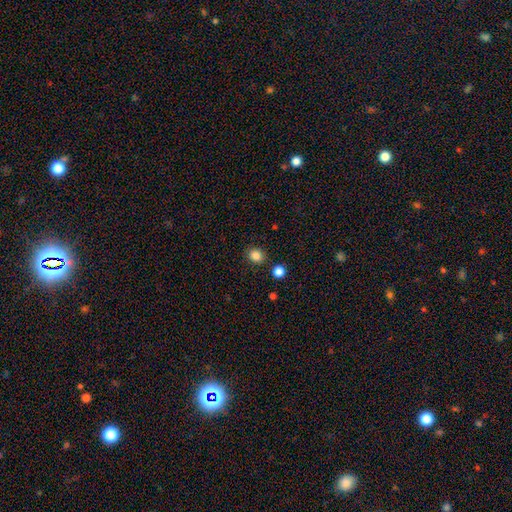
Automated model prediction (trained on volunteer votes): A smooth galaxy with no disk features (85%) that is round (73%).

Vote fractions:
- Smooth or featured? smooth: 85% / star or artifact: 11% / featured or disk: 4%
- How rounded? round: 73% / in between: 26% / cigar-shaped: 1%
- Merging? none: 86% / minor disturbance: 8% / merger: 4% / major disturbance: 2%